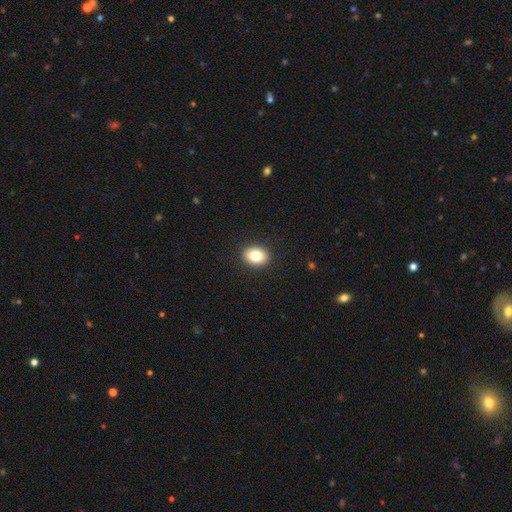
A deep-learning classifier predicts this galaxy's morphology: smooth 83%, star or artifact 9%, featured or disk 8%. Down the decision tree: how rounded — in between (56%); merging — none (91%).